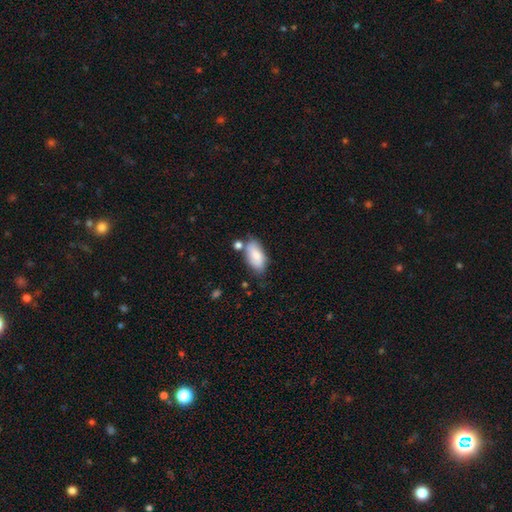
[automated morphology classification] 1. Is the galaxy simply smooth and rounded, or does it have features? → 77% smooth, 16% featured or disk, 7% star or artifact.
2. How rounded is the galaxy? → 91% in between, 6% cigar-shaped, 3% round.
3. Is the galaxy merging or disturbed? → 62% none, 20% minor disturbance, 13% merger, 5% major disturbance.